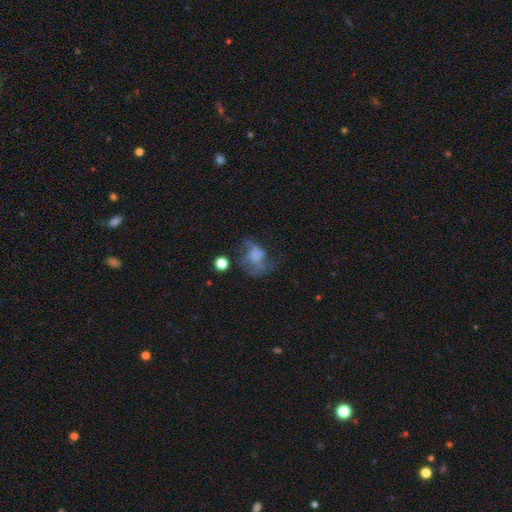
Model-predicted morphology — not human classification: This appears to be a featured or disk galaxy (43%, tied with smooth). Merging: major disturbance (44%).